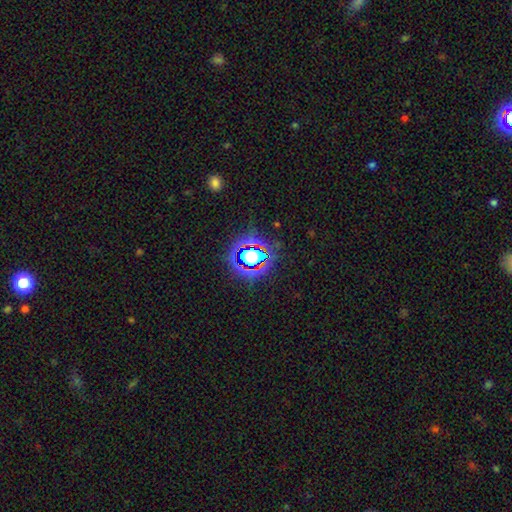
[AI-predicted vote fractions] Morphology: type=star or artifact (64%).